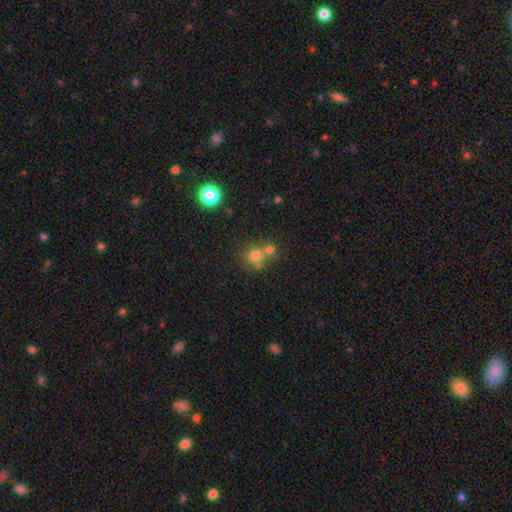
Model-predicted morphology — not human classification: Overall: smooth (70%). How rounded: round (86%). Merging: none (49%; merger 40%).